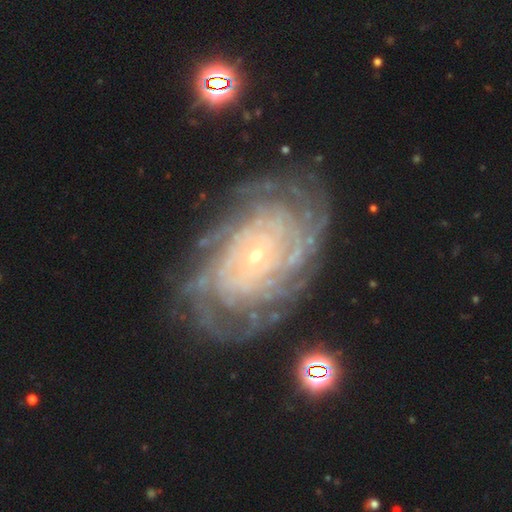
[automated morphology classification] Smooth or featured: featured or disk — 88% (smooth — 6%)
Edge-on disk: no — 96% (yes — 4%)
Bar: no — 73% (weak — 20%)
Spiral arms: yes — 96% (no — 4%)
Spiral winding: tight — 82% (medium — 15%)
Spiral arm count: can't tell — 31% (more than 4 — 28%)
Bulge size: small — 85% (moderate — 11%)
Merging: none — 77% (minor disturbance — 15%)